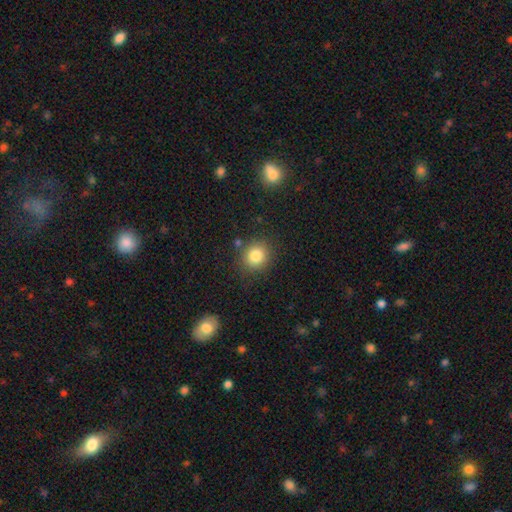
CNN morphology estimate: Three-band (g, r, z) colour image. It shows a smooth galaxy with no disk features (82%) that is round (81%). Merging: none (84%).